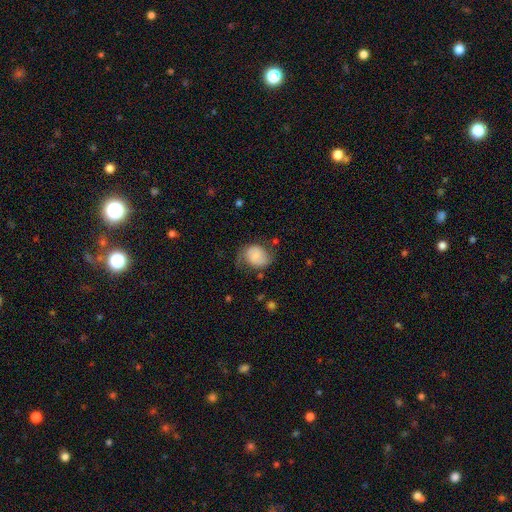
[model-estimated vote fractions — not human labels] This is possibly a smooth galaxy (59%). How rounded: possibly round (53%). Merging: possibly none (46%).